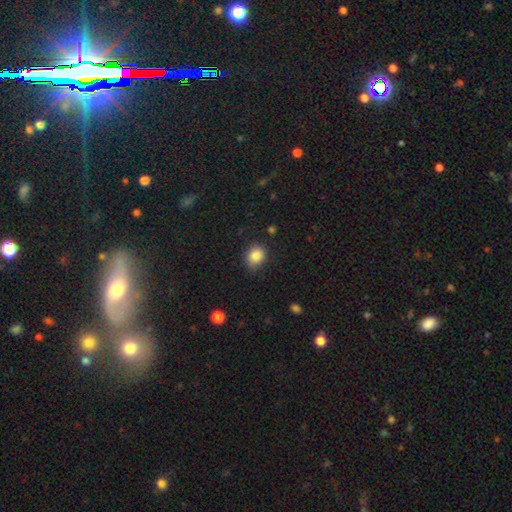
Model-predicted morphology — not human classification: A smooth galaxy with no disk features (85%) that is round (61%). Merging: none (78%).